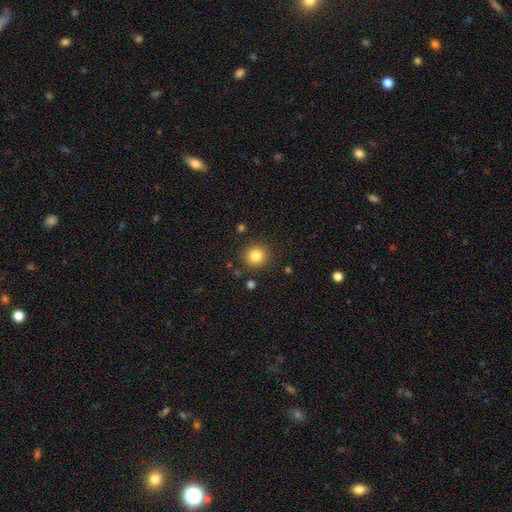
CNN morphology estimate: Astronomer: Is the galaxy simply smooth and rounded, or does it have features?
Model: smooth — 83%.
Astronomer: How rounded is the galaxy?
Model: round — 92%.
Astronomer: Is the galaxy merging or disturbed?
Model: none — 88%.